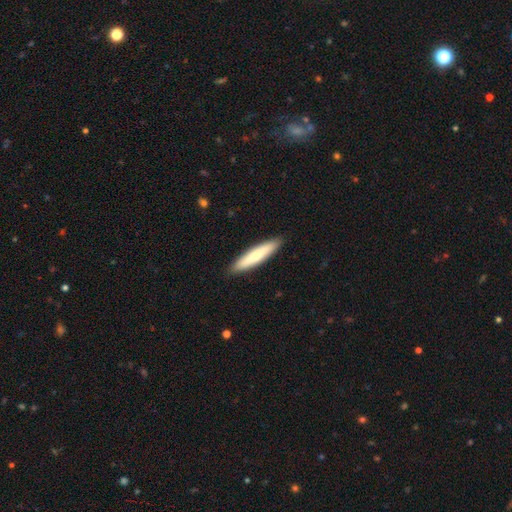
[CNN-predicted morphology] Smooth or featured: smooth — 66% (featured or disk — 29%)
How rounded: cigar-shaped — 84% (in between — 15%)
Merging: none — 90% (minor disturbance — 7%)